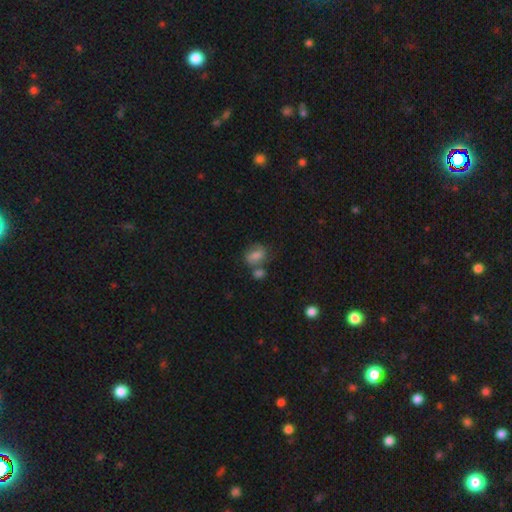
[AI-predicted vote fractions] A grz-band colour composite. It shows a smooth galaxy with no disk features (67%) that is in between round and cigar-shaped (69%). Merging: none (46%).